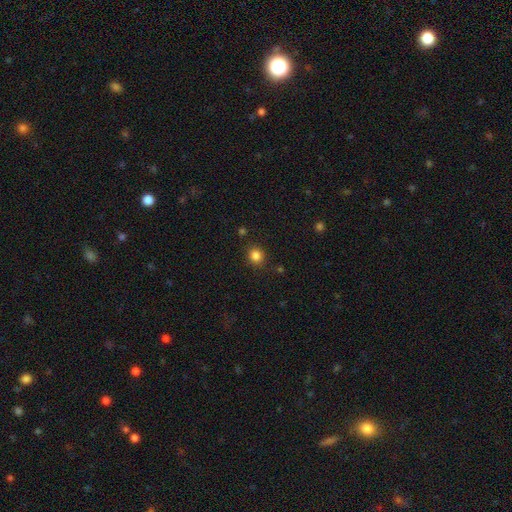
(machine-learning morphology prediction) smooth_or_featured: smooth (p=0.84) [alt: star or artifact p=0.12]
how_rounded: round (p=0.86) [alt: in between p=0.13]
merging: none (p=0.86) [alt: minor disturbance p=0.09]